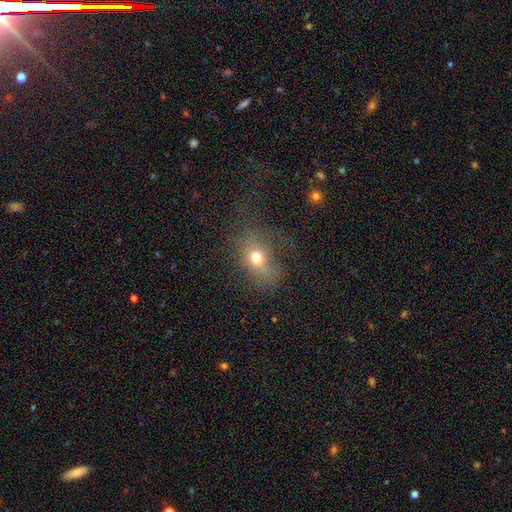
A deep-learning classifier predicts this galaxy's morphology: Overall: smooth (61%; featured or disk 23%). How rounded: in between (59%; round 37%). Merging: none (45%; major disturbance 30%).